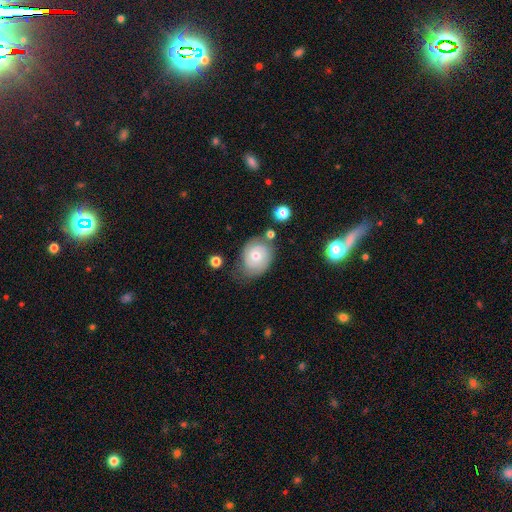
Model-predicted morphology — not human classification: smooth-or-featured: featured or disk: 56% | smooth: 36% | star or artifact: 8%
  disk-edge-on: no: 96% | yes: 4%
    bar: no: 79% | weak: 18% | strong: 3%
    has-spiral-arms: yes: 77% | no: 23%
    bulge-size: moderate: 64% | small: 31% | large: 3% | none: 1% | dominant: 1%
  merging: none: 58% | minor disturbance: 26% | major disturbance: 10% | merger: 6%